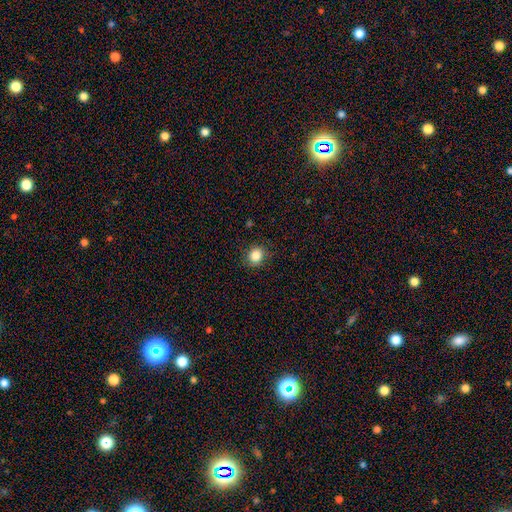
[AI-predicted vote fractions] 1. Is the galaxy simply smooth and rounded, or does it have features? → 84% smooth, 11% star or artifact, 6% featured or disk.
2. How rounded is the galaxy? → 75% round, 24% in between, 1% cigar-shaped.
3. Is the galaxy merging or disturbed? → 85% none, 11% minor disturbance, 3% major disturbance, 1% merger.